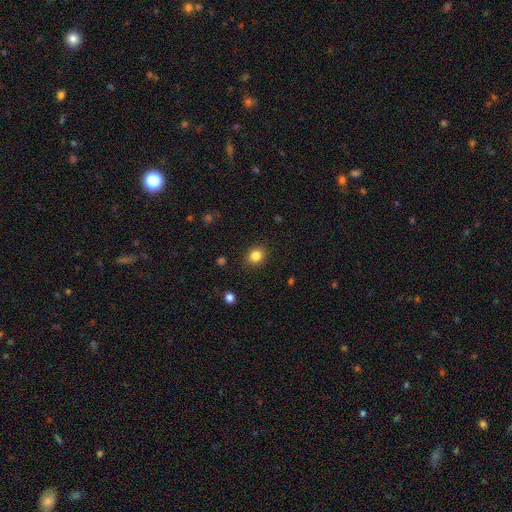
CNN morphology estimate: A smooth galaxy with no disk features (84%) that is round (78%). Merging: none (89%).